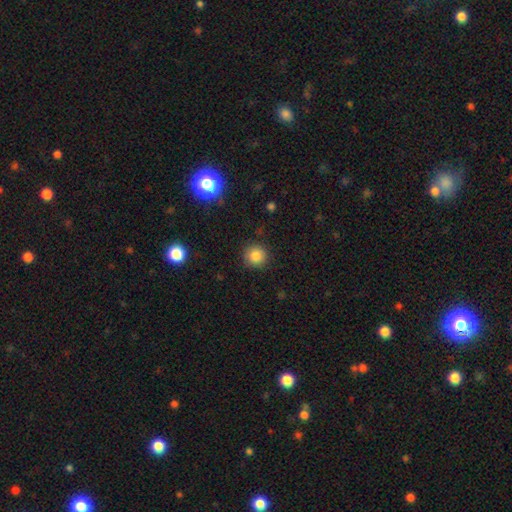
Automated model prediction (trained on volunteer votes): Smooth or featured?
  - smooth: 83% *
  - star or artifact: 12%
  - featured or disk: 5%
How rounded?
  - round: 94% *
  - in between: 6%
  - cigar-shaped: 1%
Merging?
  - none: 90% *
  - minor disturbance: 7%
  - major disturbance: 2%
  - merger: 1%